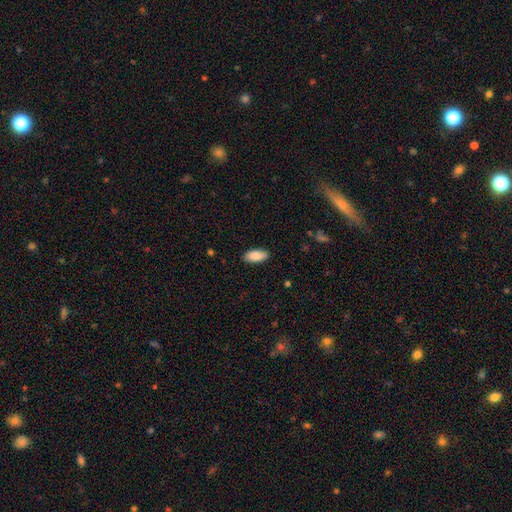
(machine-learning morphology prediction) Overall: smooth (88%). How rounded: in between (89%). Merging: none (88%).